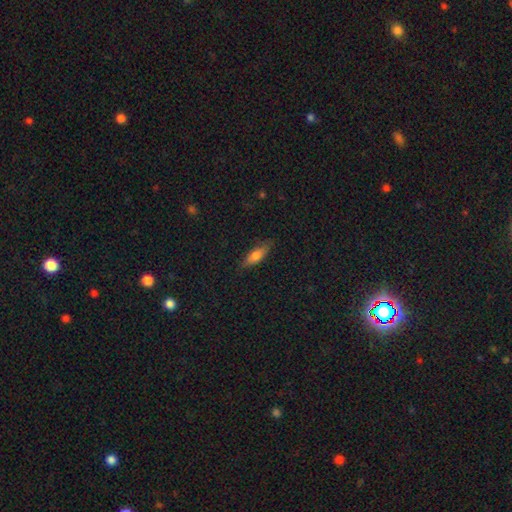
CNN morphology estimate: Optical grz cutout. It shows a smooth galaxy with no disk features (70%) that is in between round and cigar-shaped (56%). Merging: none (82%).